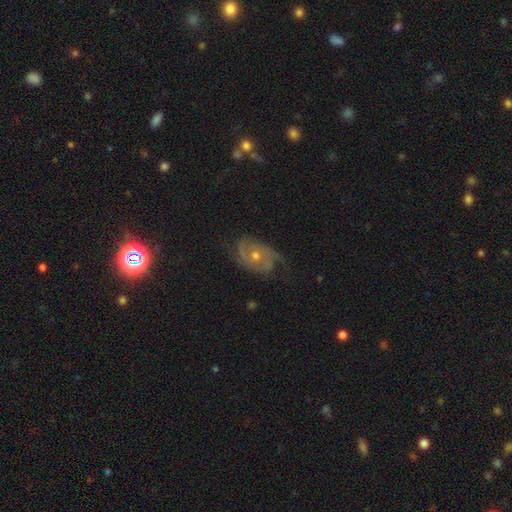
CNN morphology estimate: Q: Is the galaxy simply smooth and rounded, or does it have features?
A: featured or disk — 78%.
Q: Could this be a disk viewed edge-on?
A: no — 96%.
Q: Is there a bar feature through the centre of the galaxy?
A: no — 77%.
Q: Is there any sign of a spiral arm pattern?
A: yes — 92%.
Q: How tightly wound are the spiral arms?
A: tight — 43%.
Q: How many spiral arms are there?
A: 2 — 43%.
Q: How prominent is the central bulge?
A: moderate — 58%.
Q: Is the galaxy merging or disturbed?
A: none — 68%.